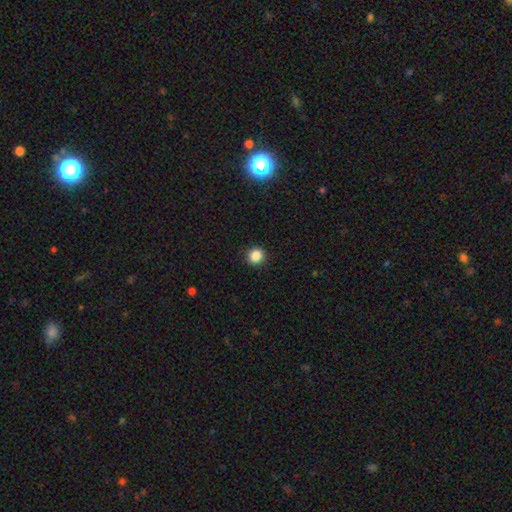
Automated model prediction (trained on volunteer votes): Morphology: type=smooth (85%); roundness=round (90%); merging=none (92%).